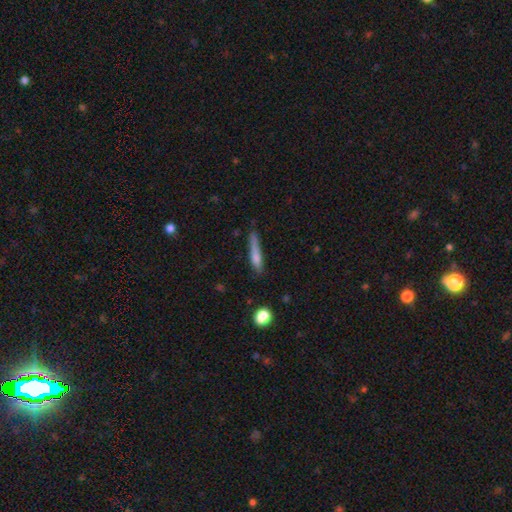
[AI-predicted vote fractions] A smooth galaxy with no disk features (70%) that is cigar-shaped (86%).

Vote fractions:
- Smooth or featured? smooth: 70% / featured or disk: 22% / star or artifact: 8%
- How rounded? cigar-shaped: 86% / in between: 12% / round: 3%
- Merging? none: 52% / minor disturbance: 31% / major disturbance: 12% / merger: 5%